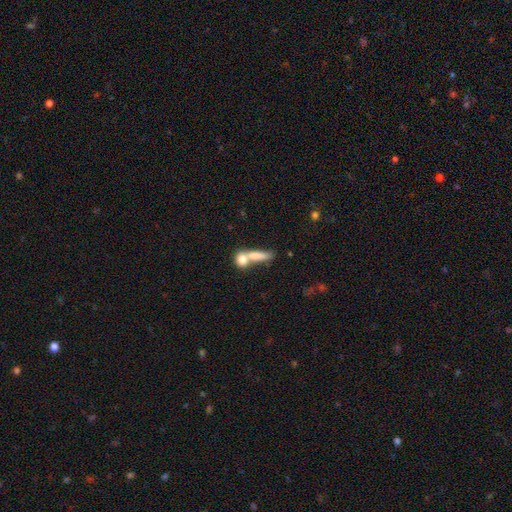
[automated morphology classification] Smooth or featured? Predicted: smooth (p=0.74). How rounded? Predicted: cigar-shaped (p=0.41). Merging? Predicted: merger (p=0.52).